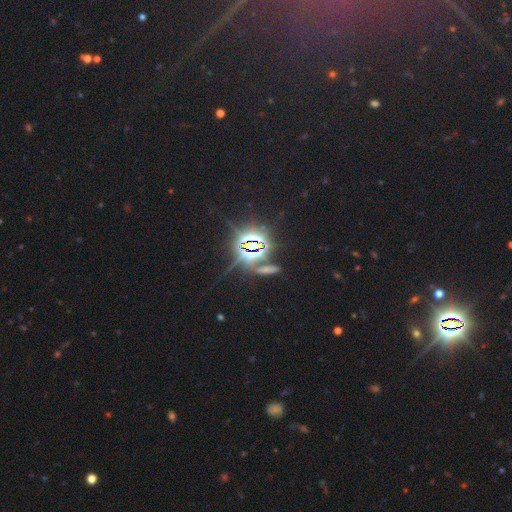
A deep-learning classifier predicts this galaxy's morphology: star or artifact 84%, smooth 9%, featured or disk 7%.